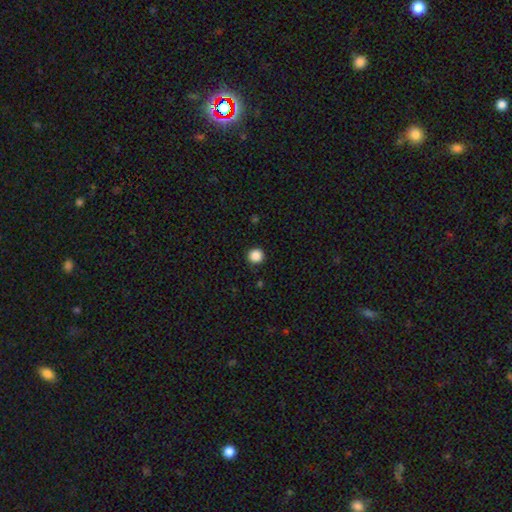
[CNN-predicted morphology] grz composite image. It shows a smooth galaxy with no disk features (87%) that is round (95%). Merging: none (92%).